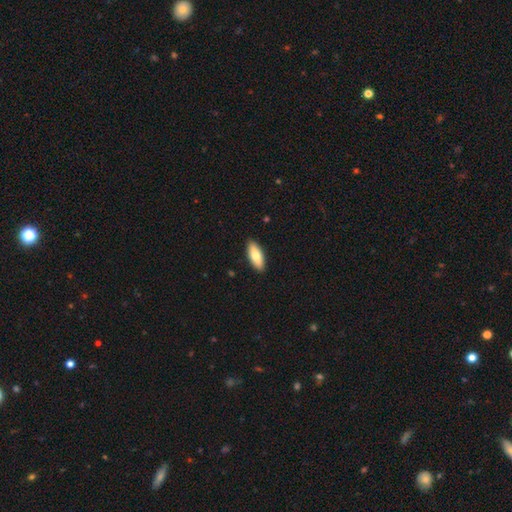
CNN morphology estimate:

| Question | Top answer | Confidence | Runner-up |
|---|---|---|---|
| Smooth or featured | smooth | 77% | featured or disk (17%) |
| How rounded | in between | 78% | cigar-shaped (20%) |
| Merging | none | 90% | minor disturbance (7%) |